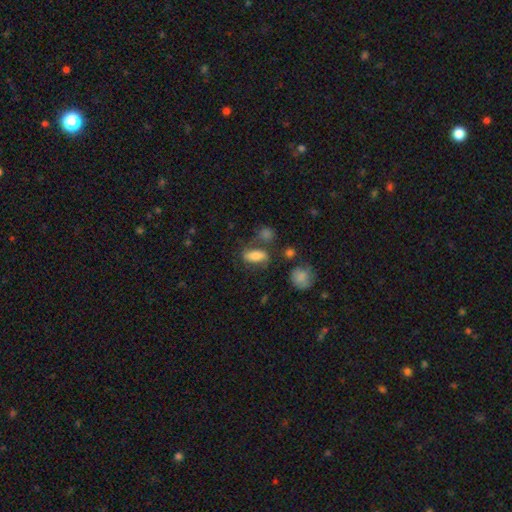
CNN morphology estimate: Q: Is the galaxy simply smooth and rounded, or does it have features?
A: smooth — 63%.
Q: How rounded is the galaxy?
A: in between — 76%.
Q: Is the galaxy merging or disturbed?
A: none — 54%.